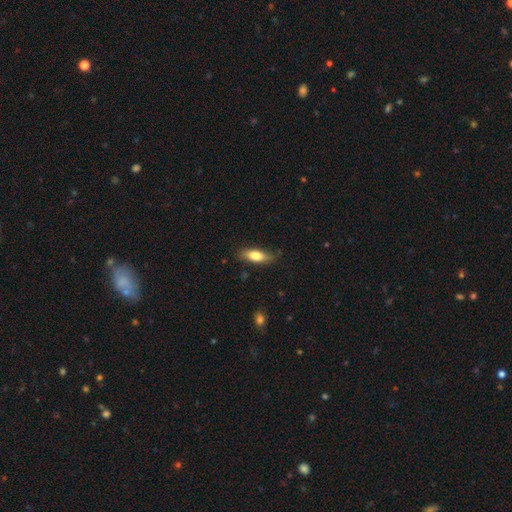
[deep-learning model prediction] Q: Smooth or featured?
A: smooth (77%); runner-up: featured or disk (17%)
Q: How rounded?
A: in between (69%); runner-up: cigar-shaped (29%)
Q: Merging?
A: none (80%); runner-up: minor disturbance (16%)